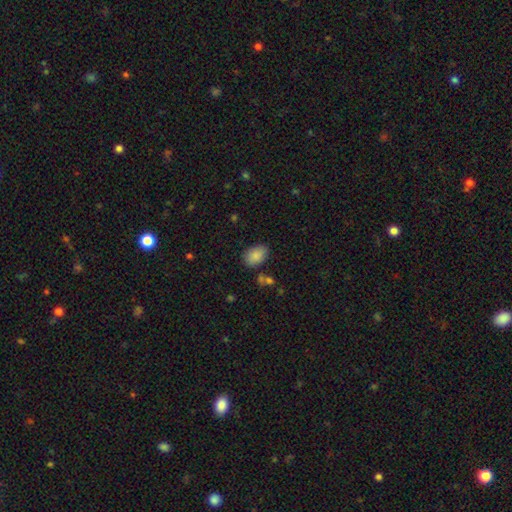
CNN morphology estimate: Smooth or featured?
  - smooth: 86% *
  - star or artifact: 8%
  - featured or disk: 6%
How rounded?
  - in between: 87% *
  - round: 12%
  - cigar-shaped: 1%
Merging?
  - none: 78% *
  - minor disturbance: 15%
  - merger: 4%
  - major disturbance: 3%